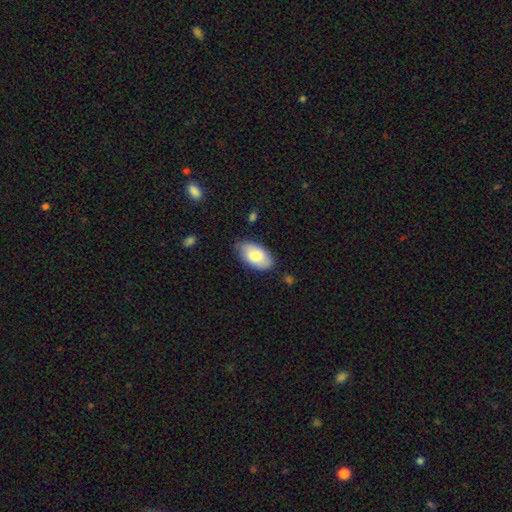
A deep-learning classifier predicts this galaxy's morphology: type=smooth (77%); roundness=in between (95%); merging=none (77%).